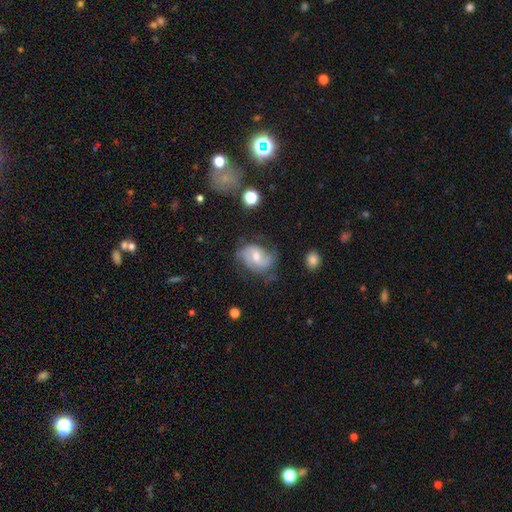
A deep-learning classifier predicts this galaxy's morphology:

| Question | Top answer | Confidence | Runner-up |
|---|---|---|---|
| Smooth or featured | featured or disk | 70% | smooth (22%) |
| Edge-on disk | no | 97% | yes (3%) |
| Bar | weak | 48% | no (37%) |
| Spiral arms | yes | 88% | no (12%) |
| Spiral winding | medium | 46% | tight (27%) |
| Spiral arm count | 2 | 72% | can't tell (16%) |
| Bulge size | moderate | 62% | small (31%) |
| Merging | none | 56% | minor disturbance (26%) |